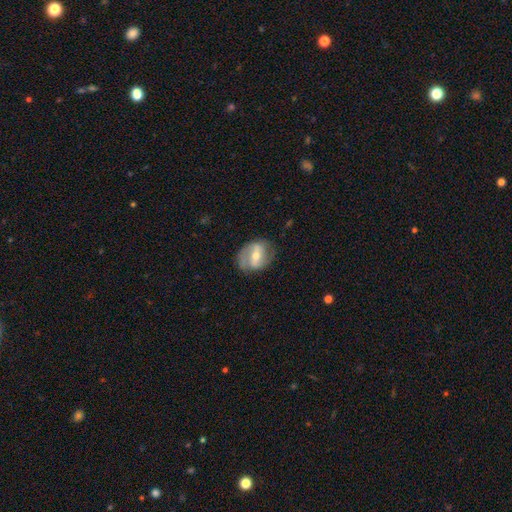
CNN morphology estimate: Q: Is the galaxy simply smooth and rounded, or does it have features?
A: featured or disk — 70%.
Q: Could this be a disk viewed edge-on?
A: no — 95%.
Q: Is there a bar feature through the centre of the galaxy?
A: strong — 52%.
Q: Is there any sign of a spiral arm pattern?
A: yes — 74%.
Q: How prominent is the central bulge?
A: moderate — 56%.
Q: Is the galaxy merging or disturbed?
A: none — 73%.